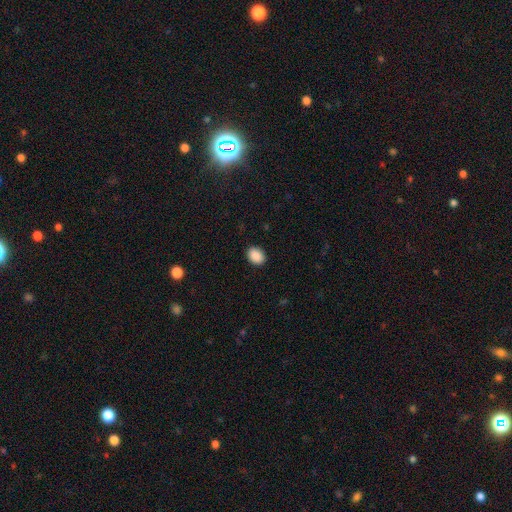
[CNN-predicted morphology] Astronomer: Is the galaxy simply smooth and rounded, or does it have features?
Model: smooth — 90%.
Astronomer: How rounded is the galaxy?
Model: in between — 70%.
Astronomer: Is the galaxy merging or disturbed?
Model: none — 90%.